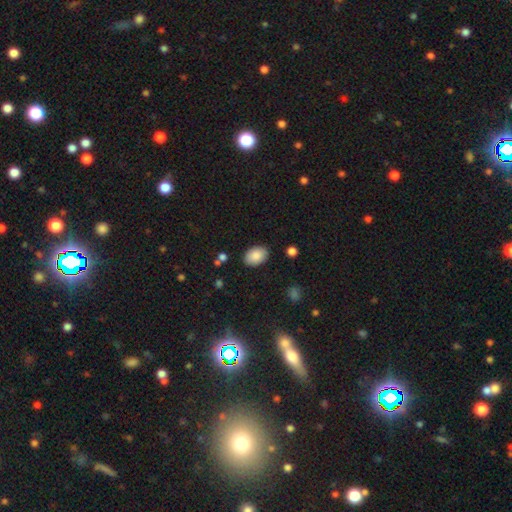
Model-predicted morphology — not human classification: type=smooth (87%); roundness=in between (87%); merging=none (86%).